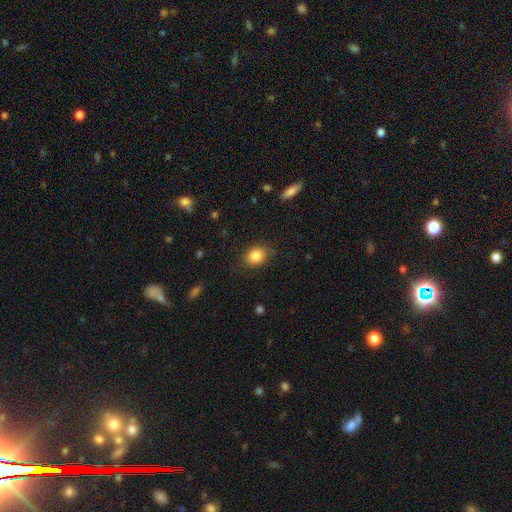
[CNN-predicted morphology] A smooth galaxy with no disk features (85%) that is in between round and cigar-shaped (56%). Merging: none (81%).